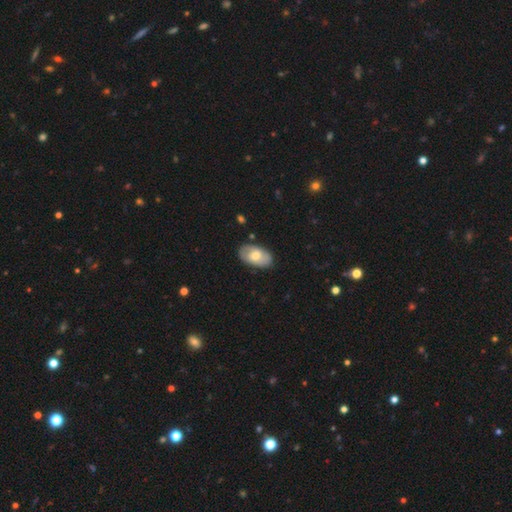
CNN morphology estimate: Smooth or featured? smooth (55%)
How rounded? in between (92%)
Merging? none (79%)